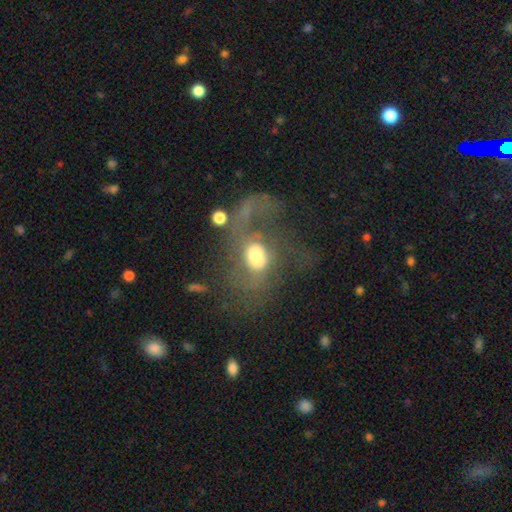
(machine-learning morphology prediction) Smooth or featured: featured or disk — 57% (smooth — 32%)
Edge-on disk: no — 96% (yes — 4%)
Bar: no — 64% (weak — 29%)
Spiral arms: yes — 59% (no — 41%)
Bulge size: moderate — 49% (large — 32%)
Merging: major disturbance — 58% (none — 22%)